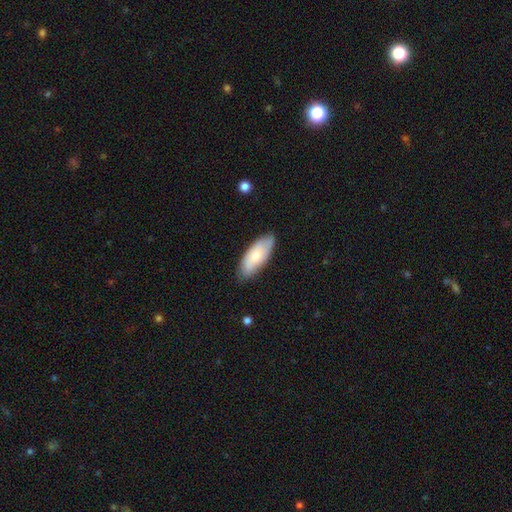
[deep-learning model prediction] Q: Smooth or featured?
A: smooth (69%); runner-up: featured or disk (26%)
Q: How rounded?
A: in between (82%); runner-up: cigar-shaped (16%)
Q: Merging?
A: none (79%); runner-up: minor disturbance (17%)